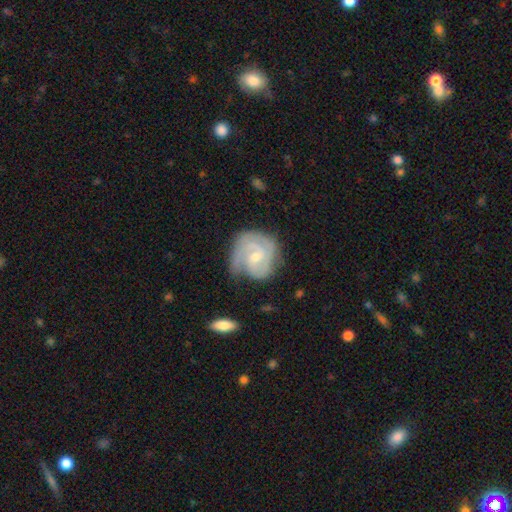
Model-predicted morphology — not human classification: Smooth or featured? Predicted: featured or disk (p=0.81). Edge-on disk? Predicted: no (p=0.98). Bar? Predicted: no (p=0.54). Spiral arms? Predicted: yes (p=0.95). Spiral winding? Predicted: tight (p=0.58). Spiral arm count? Predicted: 2 (p=0.40). Bulge size? Predicted: small (p=0.53). Merging? Predicted: none (p=0.59).